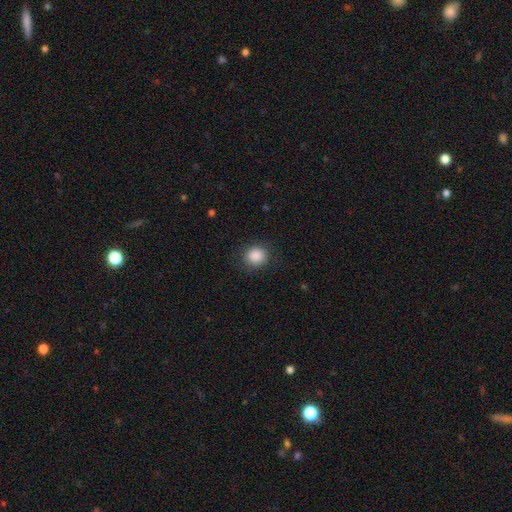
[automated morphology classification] smooth-or-featured: smooth: 88% | star or artifact: 9% | featured or disk: 3%
  how-rounded: round: 86% | in between: 13% | cigar-shaped: 1%
  merging: none: 86% | minor disturbance: 9% | major disturbance: 3% | merger: 1%